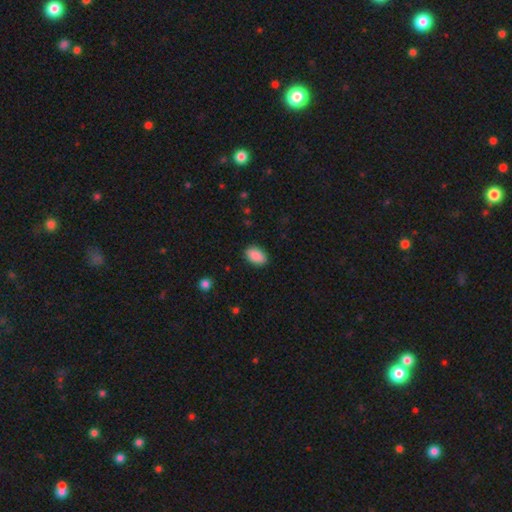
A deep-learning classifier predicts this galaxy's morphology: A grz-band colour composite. It shows a smooth galaxy with no disk features (90%) that is in between round and cigar-shaped (92%). Merging: none (87%).